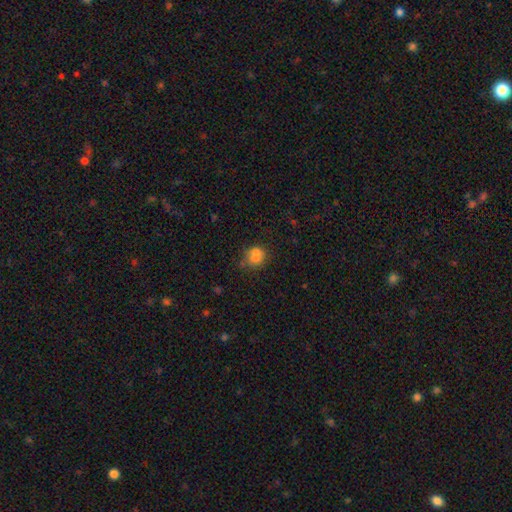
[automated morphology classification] type=smooth (73%); roundness=round (74%); merging=none (46%).